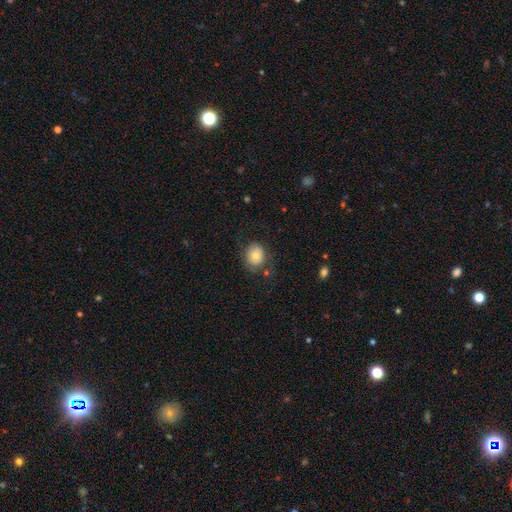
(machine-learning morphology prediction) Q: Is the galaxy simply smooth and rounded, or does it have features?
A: smooth — 70%.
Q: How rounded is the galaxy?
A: round — 69%.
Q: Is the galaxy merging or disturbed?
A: none — 67%.